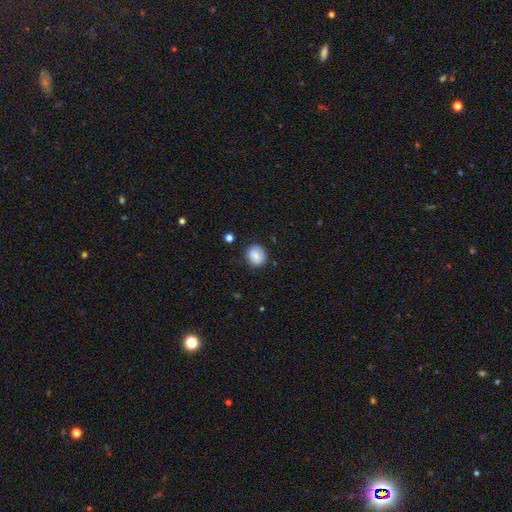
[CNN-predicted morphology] This is likely a smooth galaxy (78%). How rounded: likely round (80%). Merging: likely none (77%).